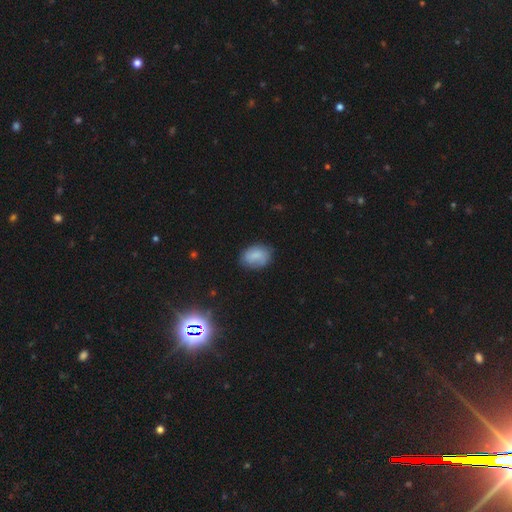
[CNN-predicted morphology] This is likely a smooth galaxy (79%). How rounded: likely in between (79%). Merging: likely none (71%).